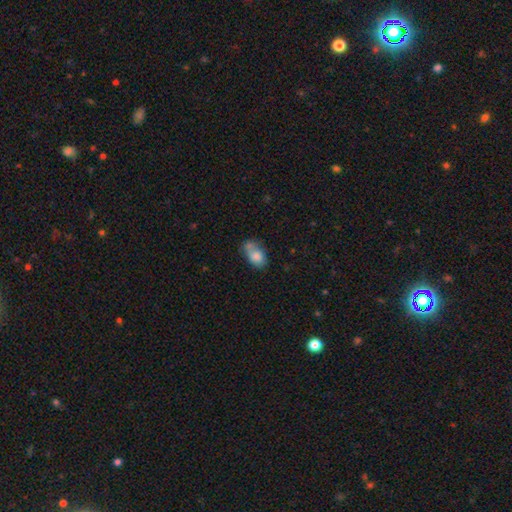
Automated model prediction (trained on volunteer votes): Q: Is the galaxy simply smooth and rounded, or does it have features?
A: smooth — 78%.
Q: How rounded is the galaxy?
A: in between — 79%.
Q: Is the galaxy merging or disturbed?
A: merger — 37%.